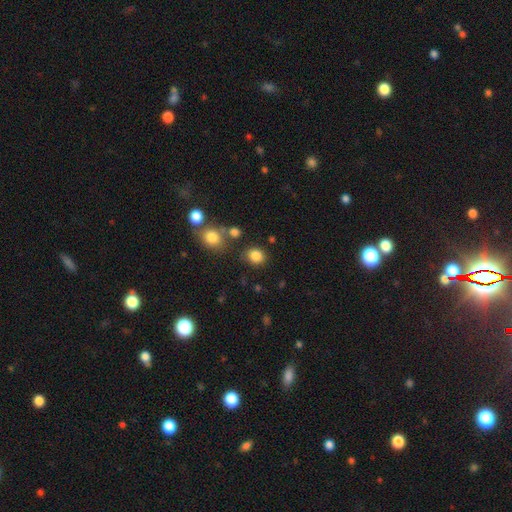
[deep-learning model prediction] This is clearly a smooth galaxy (84%). How rounded: likely round (70%). Merging: likely none (78%).